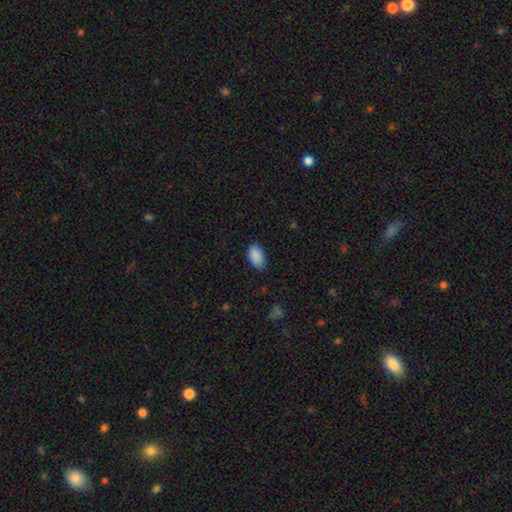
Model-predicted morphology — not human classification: Smooth or featured?
  - smooth: 90% *
  - star or artifact: 7%
  - featured or disk: 3%
How rounded?
  - in between: 94% *
  - round: 3%
  - cigar-shaped: 2%
Merging?
  - none: 79% *
  - minor disturbance: 17%
  - major disturbance: 3%
  - merger: 1%